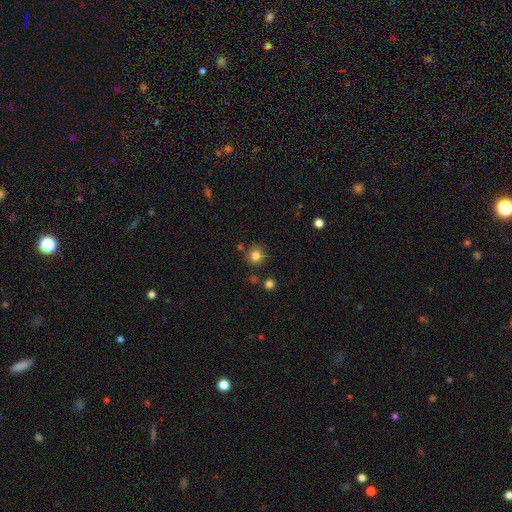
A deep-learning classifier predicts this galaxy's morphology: smooth 81%, star or artifact 13%, featured or disk 6%. Down the decision tree: how rounded — round (93%); merging — none (83%).